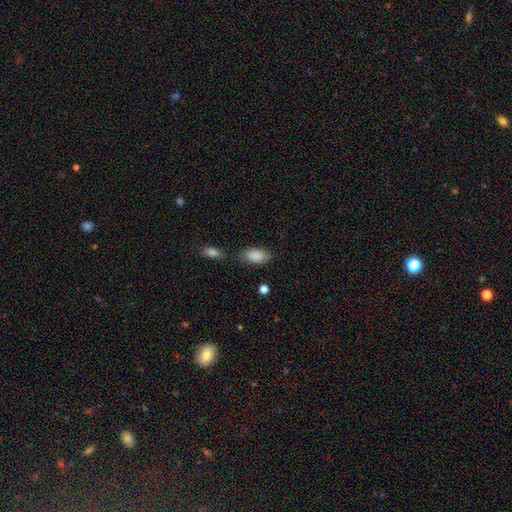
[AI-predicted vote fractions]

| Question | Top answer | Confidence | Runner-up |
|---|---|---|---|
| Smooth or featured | smooth | 88% | star or artifact (6%) |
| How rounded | in between | 93% | round (4%) |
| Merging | none | 66% | minor disturbance (18%) |